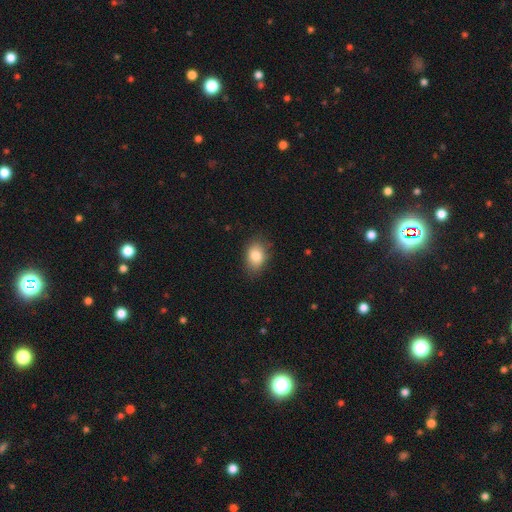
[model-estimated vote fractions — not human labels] smooth 84%, star or artifact 8%, featured or disk 8%. Down the decision tree: how rounded — in between (78%); merging — none (79%).